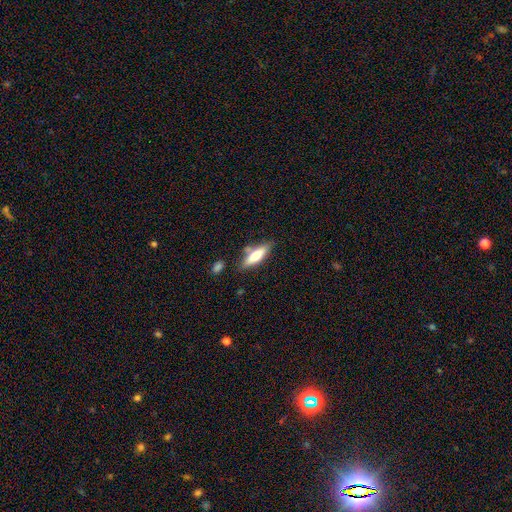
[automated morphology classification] Smooth or featured: smooth — 67% (featured or disk — 27%)
How rounded: cigar-shaped — 55% (in between — 44%)
Merging: none — 72% (minor disturbance — 15%)